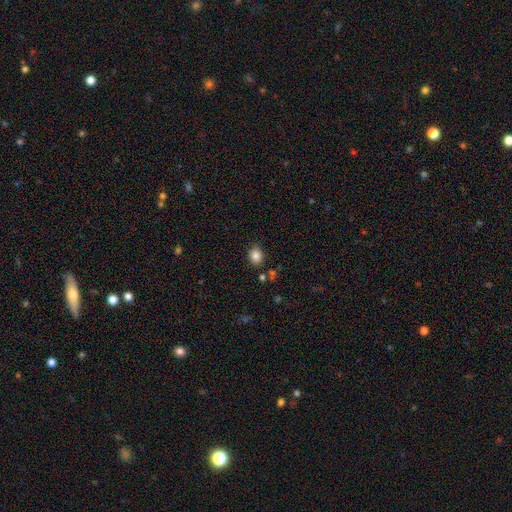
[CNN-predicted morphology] This appears to be a smooth galaxy with no disk features (84%) that is in between round and cigar-shaped (51%). Merging: none (82%).